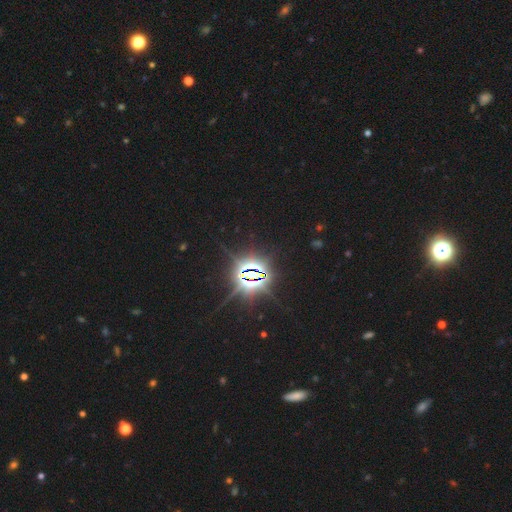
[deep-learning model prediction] Smooth or featured? star or artifact (86%)